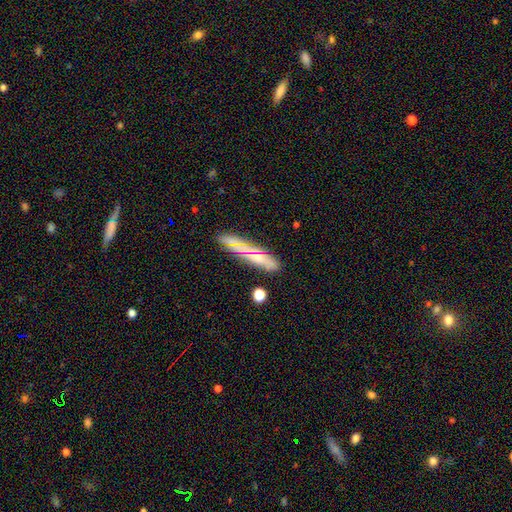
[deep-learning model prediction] Smooth or featured: smooth — 58% (featured or disk — 27%)
How rounded: cigar-shaped — 56% (in between — 38%)
Merging: none — 81% (minor disturbance — 13%)